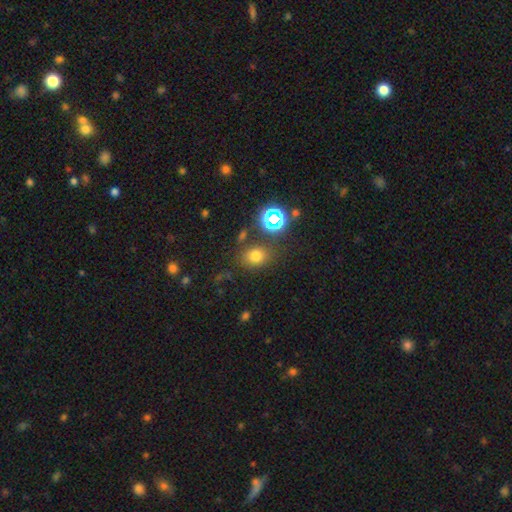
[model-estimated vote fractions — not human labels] This is likely a smooth galaxy (68%). How rounded: possibly round (55%). Merging: likely none (76%).